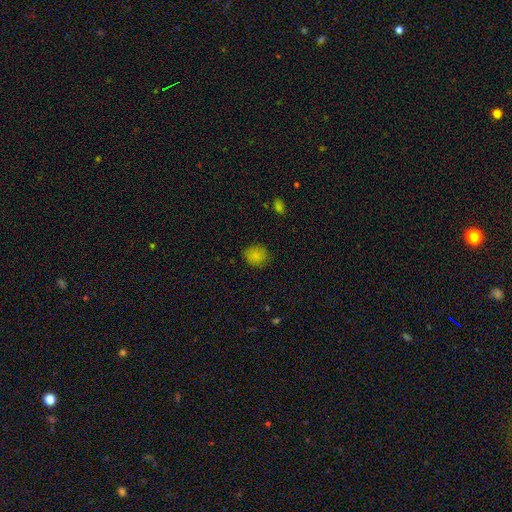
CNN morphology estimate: Smooth or featured?
  - smooth: 83% *
  - star or artifact: 11%
  - featured or disk: 5%
How rounded?
  - round: 80% *
  - in between: 19%
  - cigar-shaped: 1%
Merging?
  - none: 84% *
  - minor disturbance: 12%
  - major disturbance: 3%
  - merger: 1%